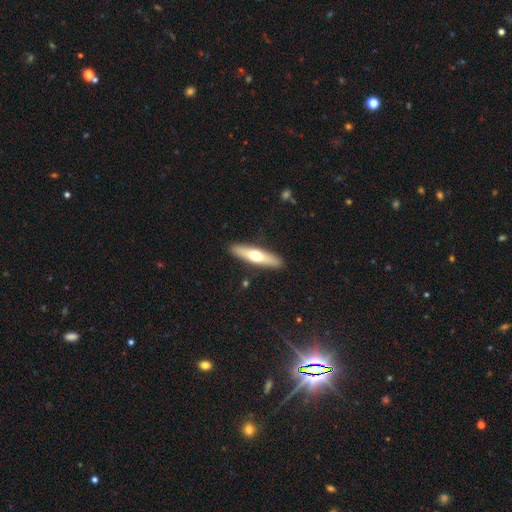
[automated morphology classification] Smooth or featured? Predicted: smooth (p=0.52). How rounded? Predicted: cigar-shaped (p=0.83). Merging? Predicted: none (p=0.90).